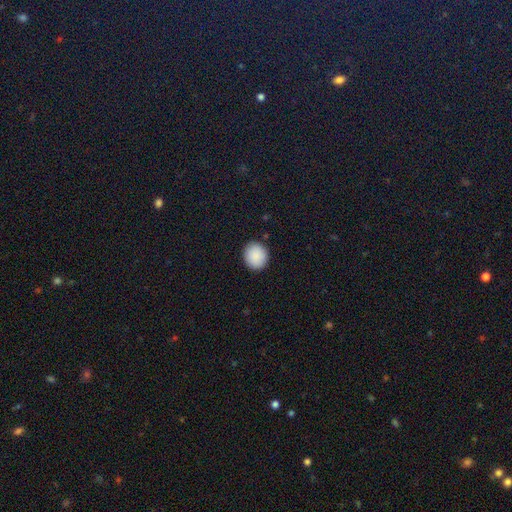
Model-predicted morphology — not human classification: A smooth galaxy with no disk features (90%) that is round (80%). Merging: none (90%).